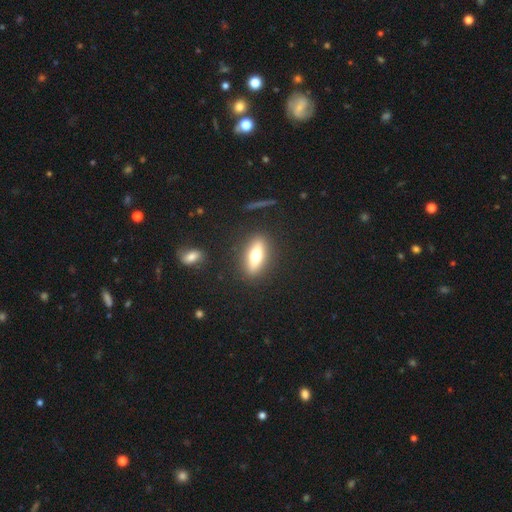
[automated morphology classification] Smooth or featured?
  - smooth: 57% *
  - featured or disk: 36%
  - star or artifact: 8%
How rounded?
  - in between: 58% *
  - cigar-shaped: 37%
  - round: 5%
Merging?
  - none: 87% *
  - minor disturbance: 8%
  - major disturbance: 3%
  - merger: 2%